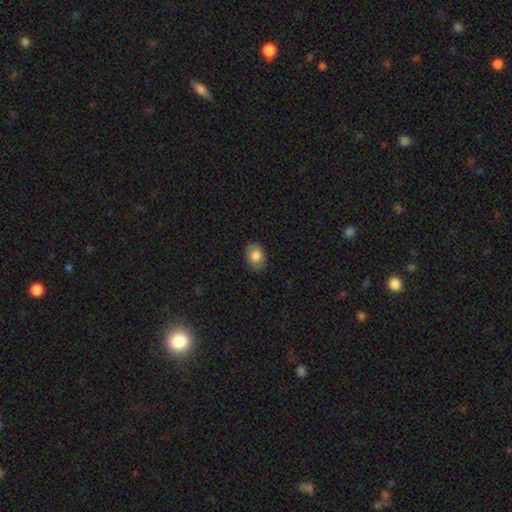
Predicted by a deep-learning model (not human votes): Morphology: type=smooth (81%); roundness=in between (71%); merging=none (85%).